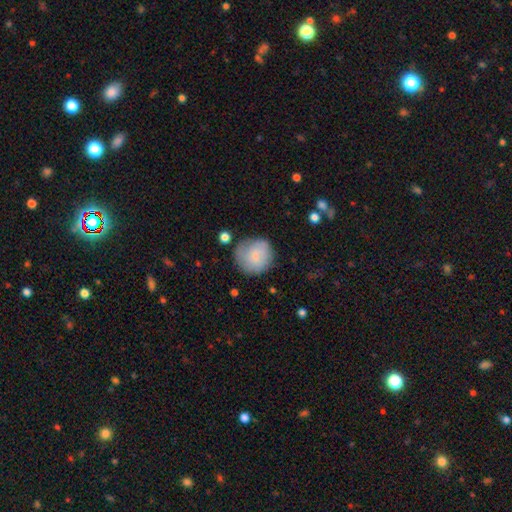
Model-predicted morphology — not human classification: A smooth galaxy with no disk features (80%) that is round (89%).

Vote fractions:
- Smooth or featured? smooth: 80% / featured or disk: 13% / star or artifact: 7%
- How rounded? round: 89% / in between: 10% / cigar-shaped: 1%
- Merging? none: 67% / minor disturbance: 22% / major disturbance: 8% / merger: 3%